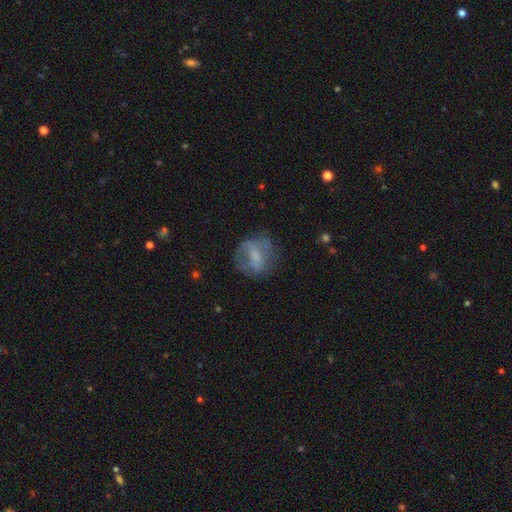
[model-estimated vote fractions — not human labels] smooth-or-featured: smooth: 45% | featured or disk: 44% | star or artifact: 11%
  merging: none: 54% | minor disturbance: 22% | major disturbance: 20% | merger: 3%